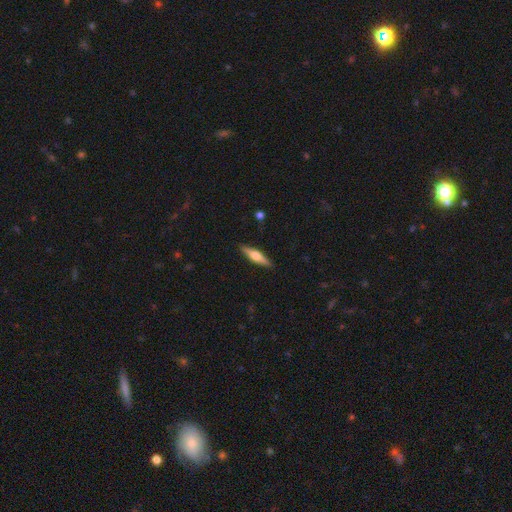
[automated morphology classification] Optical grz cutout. It shows a featured or disk galaxy (56%) viewed edge-on (96%) with a rounded central bulge (91%). Merging: none (90%).